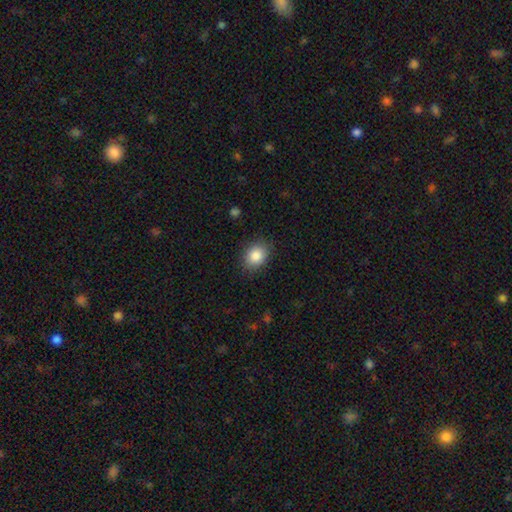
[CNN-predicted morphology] smooth 86%, star or artifact 9%, featured or disk 6%. Down the decision tree: how rounded — in between (50%); merging — none (86%).